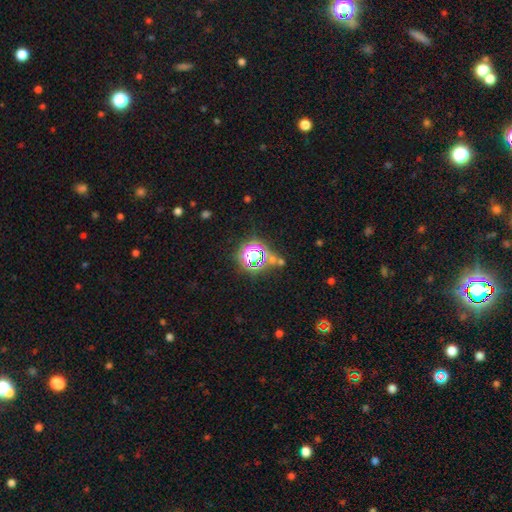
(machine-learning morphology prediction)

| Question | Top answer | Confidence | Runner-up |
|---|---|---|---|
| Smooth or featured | star or artifact | 62% | smooth (27%) |